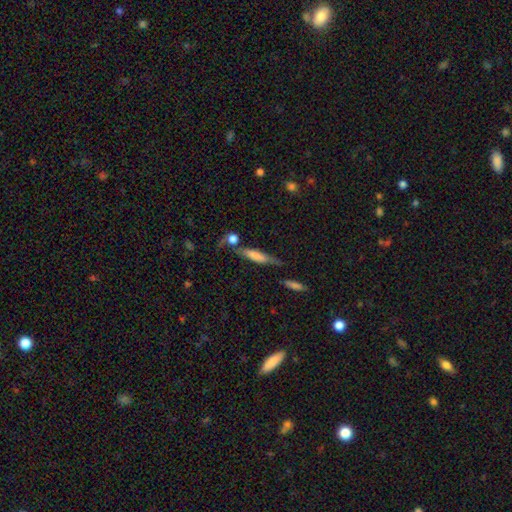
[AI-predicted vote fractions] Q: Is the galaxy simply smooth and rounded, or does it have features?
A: smooth — 58%.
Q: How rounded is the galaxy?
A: cigar-shaped — 77%.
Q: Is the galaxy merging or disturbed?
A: none — 53%.